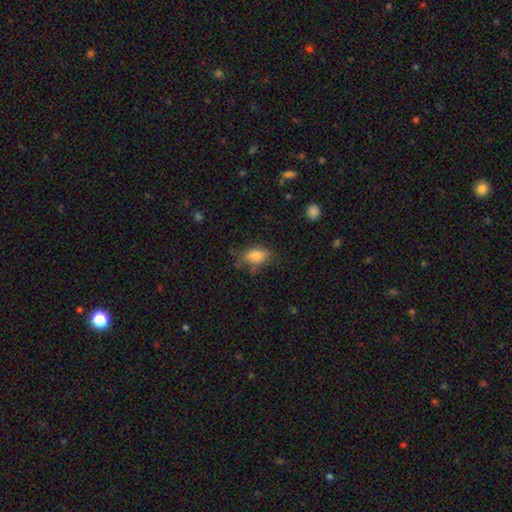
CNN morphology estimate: The model was most divided on "merging": none: 65%, minor disturbance: 24%, major disturbance: 7%, merger: 3%. More confident: how rounded — in between (88%); smooth or featured — smooth (82%).